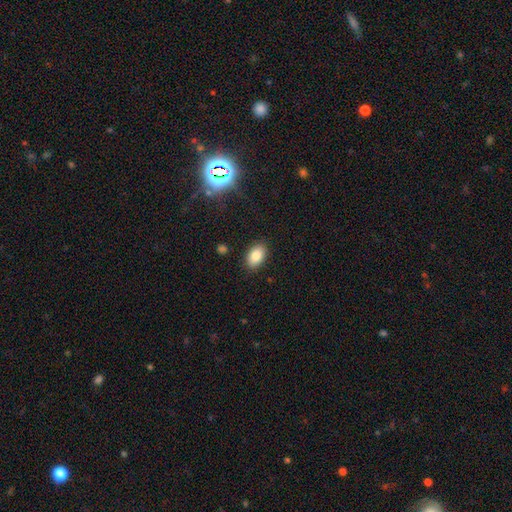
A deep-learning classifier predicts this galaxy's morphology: smooth 84%, star or artifact 8%, featured or disk 7%. Down the decision tree: how rounded — in between (90%); merging — none (87%).